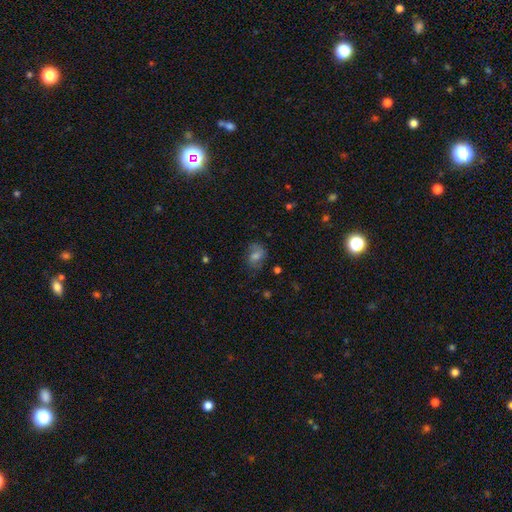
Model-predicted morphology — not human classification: type=featured or disk (44%); merging=none (69%).